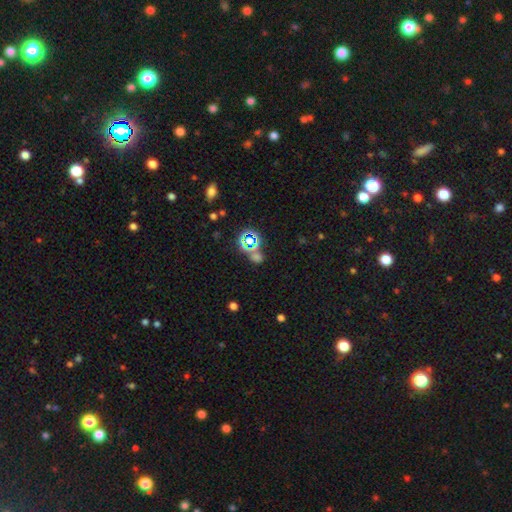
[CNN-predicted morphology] Q: Smooth or featured?
A: star or artifact (65%); runner-up: smooth (26%)